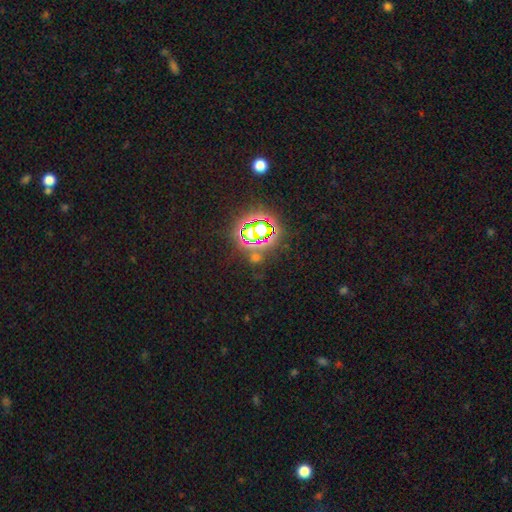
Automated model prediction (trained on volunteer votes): Smooth or featured? star or artifact (77%)